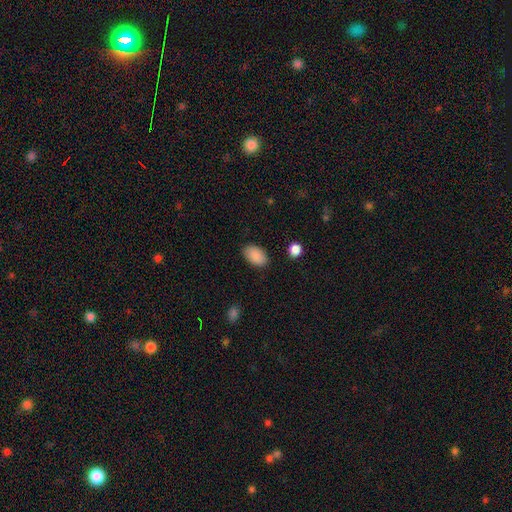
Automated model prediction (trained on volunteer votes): This is clearly a smooth galaxy (89%). How rounded: clearly in between (92%). Merging: clearly none (86%).